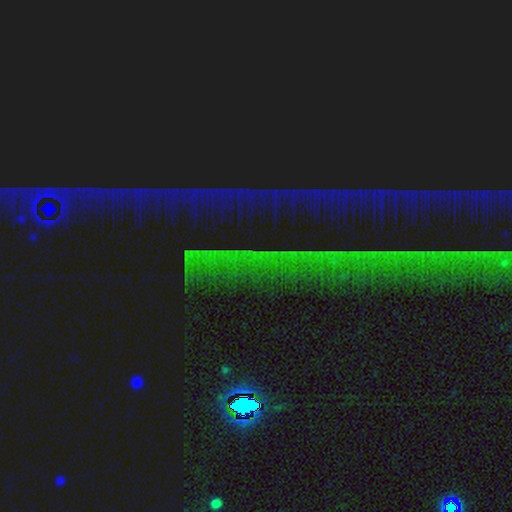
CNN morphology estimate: smooth-or-featured: star or artifact: 88% | featured or disk: 7% | smooth: 6%